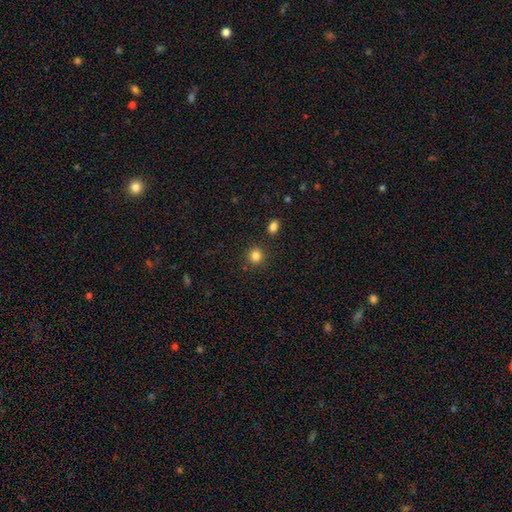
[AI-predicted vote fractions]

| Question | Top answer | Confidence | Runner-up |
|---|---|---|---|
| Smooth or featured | smooth | 84% | star or artifact (12%) |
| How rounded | round | 90% | in between (9%) |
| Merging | none | 88% | minor disturbance (6%) |